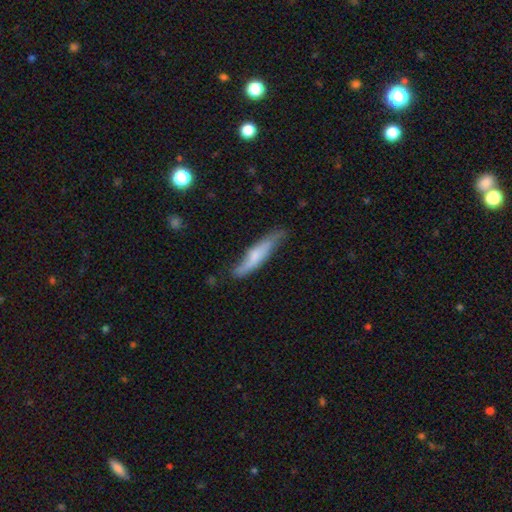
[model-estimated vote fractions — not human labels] Smooth or featured? smooth (50%)
Merging? none (66%)